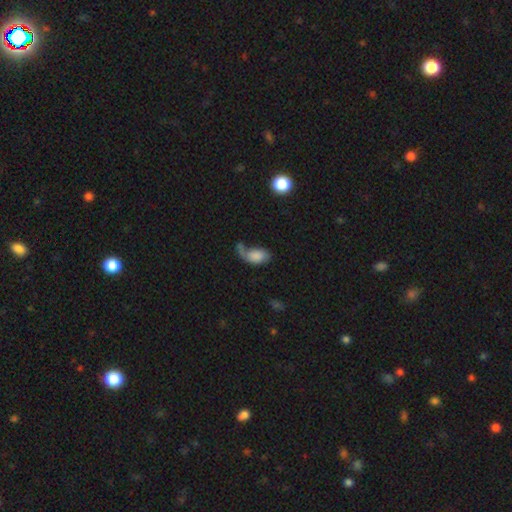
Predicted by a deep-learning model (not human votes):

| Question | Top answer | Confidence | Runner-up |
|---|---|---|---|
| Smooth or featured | smooth | 70% | featured or disk (21%) |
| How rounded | in between | 91% | round (7%) |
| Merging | major disturbance | 31% | none (29%) |